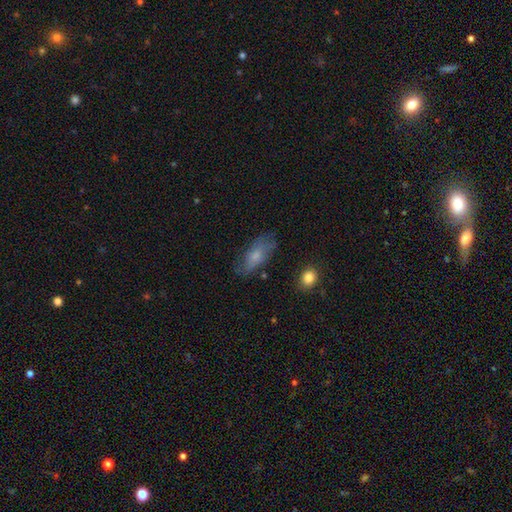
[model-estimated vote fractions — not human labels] Smooth or featured: smooth — 61% (featured or disk — 31%)
How rounded: in between — 81% (cigar-shaped — 15%)
Merging: none — 66% (minor disturbance — 23%)